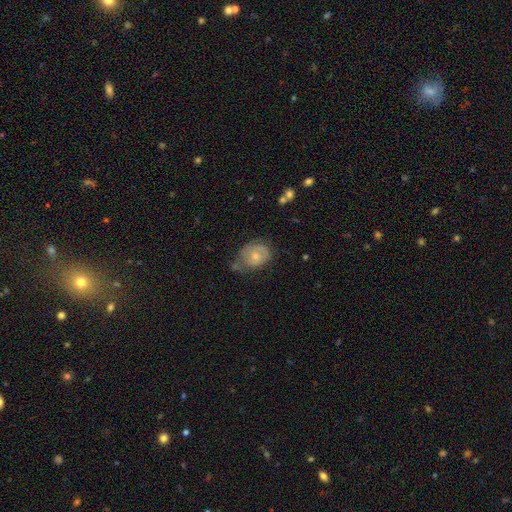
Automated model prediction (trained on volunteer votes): A smooth galaxy with no disk features (51%) that is round (52%).

Vote fractions:
- Smooth or featured? smooth: 51% / featured or disk: 41% / star or artifact: 8%
- How rounded? round: 52% / in between: 47% / cigar-shaped: 1%
- Merging? none: 40% / minor disturbance: 35% / major disturbance: 17% / merger: 7%